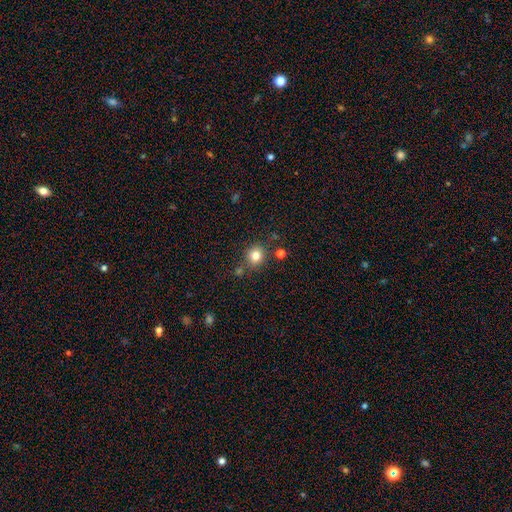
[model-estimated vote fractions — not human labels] The model was most divided on "how rounded": round: 83%, in between: 16%, cigar-shaped: 1%. More confident: smooth or featured — smooth (81%); merging — none (79%).